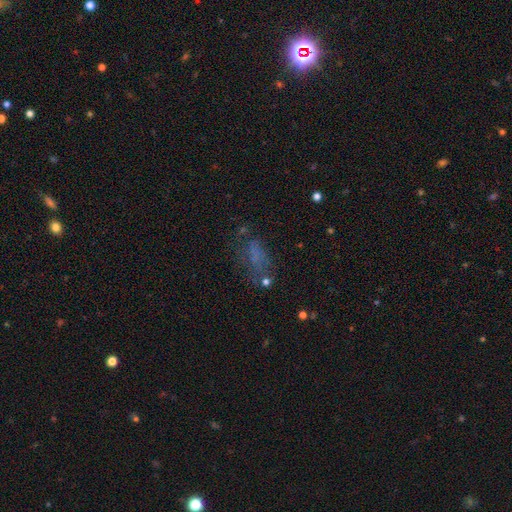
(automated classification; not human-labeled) A smooth galaxy with no disk features (49%). Merging: none (47%).